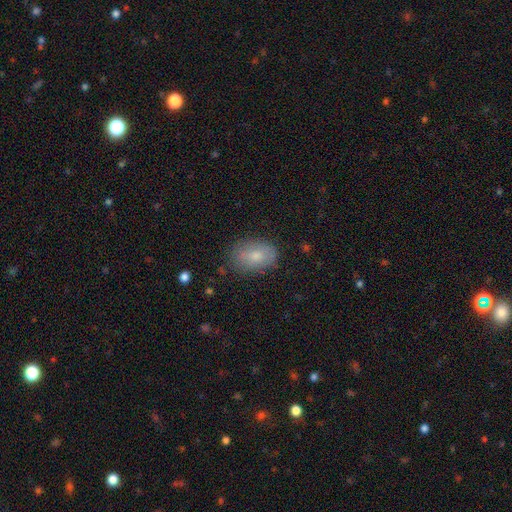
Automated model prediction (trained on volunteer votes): Q: Smooth or featured?
A: smooth (77%); runner-up: featured or disk (15%)
Q: How rounded?
A: in between (87%); runner-up: round (12%)
Q: Merging?
A: none (78%); runner-up: minor disturbance (17%)